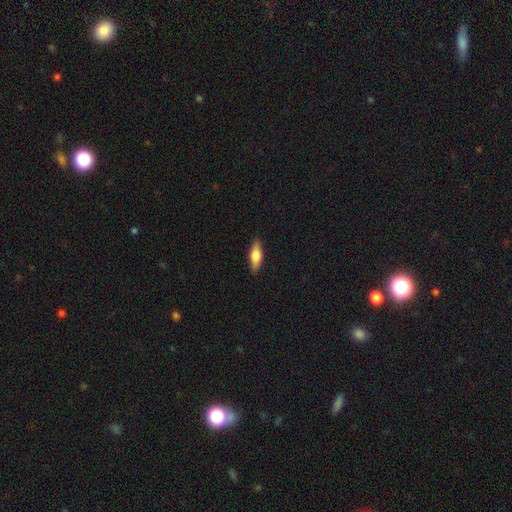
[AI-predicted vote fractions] Q: Smooth or featured?
A: smooth (66%); runner-up: featured or disk (28%)
Q: How rounded?
A: in between (54%); runner-up: cigar-shaped (44%)
Q: Merging?
A: none (89%); runner-up: minor disturbance (8%)